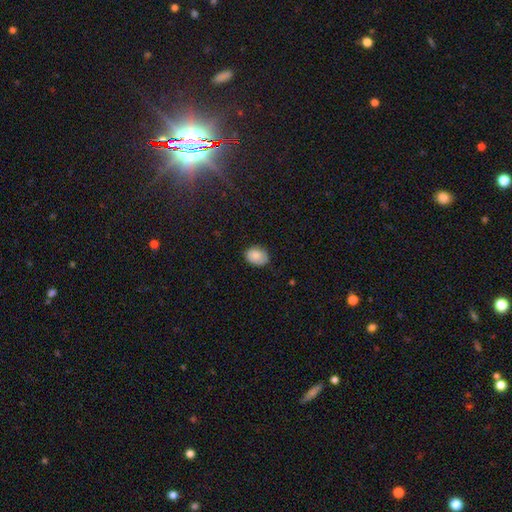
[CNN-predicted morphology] Smooth or featured? Predicted: smooth (p=0.85). How rounded? Predicted: in between (p=0.59). Merging? Predicted: none (p=0.72).